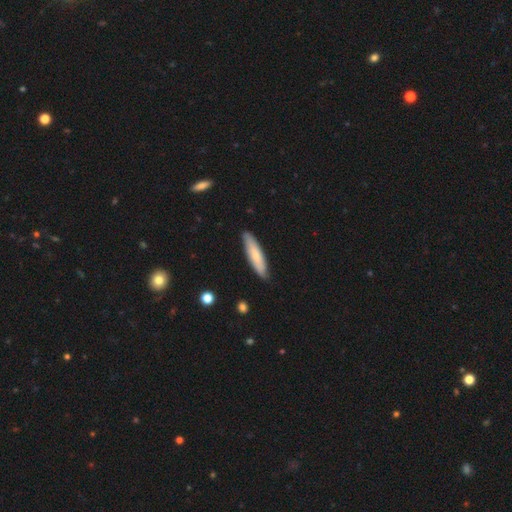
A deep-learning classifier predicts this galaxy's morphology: A smooth galaxy with no disk features (71%) that is cigar-shaped (75%). Merging: none (86%).